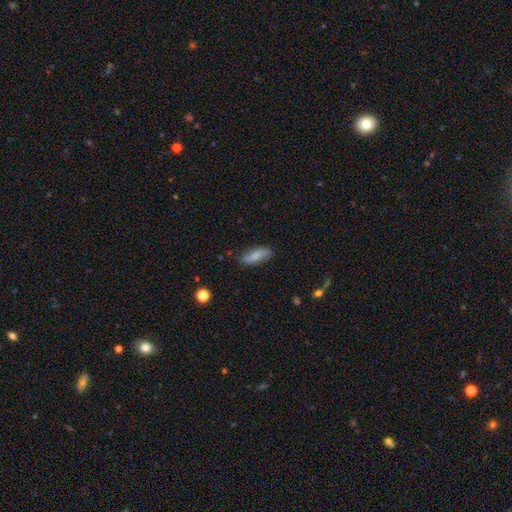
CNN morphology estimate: smooth_or_featured: smooth (p=0.79) [alt: featured or disk p=0.15]
how_rounded: in between (p=0.54) [alt: cigar-shaped p=0.44]
merging: none (p=0.83) [alt: minor disturbance p=0.13]